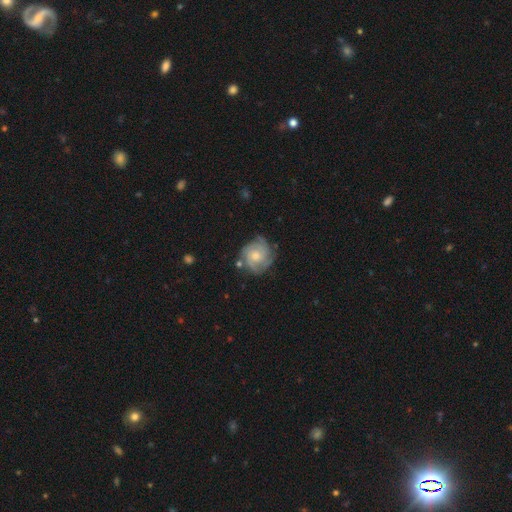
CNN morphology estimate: featured or disk 75%, smooth 19%, star or artifact 6%. Down the decision tree: edge-on disk — no (98%); bar — no (76%); spiral arms — yes (93%); spiral arm count — 3 (37%); spiral winding — tight (61%); bulge size — moderate (59%); merging — none (69%).